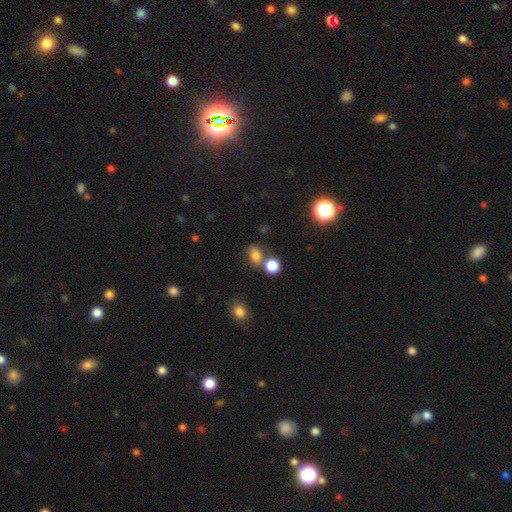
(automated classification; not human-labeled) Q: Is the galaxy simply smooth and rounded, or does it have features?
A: smooth — 75%.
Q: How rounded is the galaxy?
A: in between — 59%.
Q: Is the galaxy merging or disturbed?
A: none — 56%.